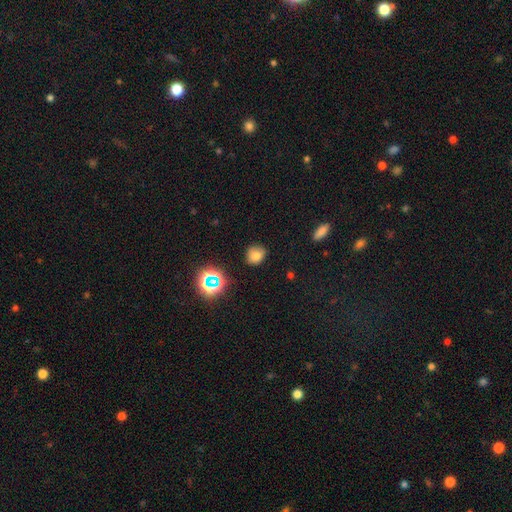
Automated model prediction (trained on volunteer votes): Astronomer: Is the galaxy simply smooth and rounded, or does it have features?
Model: smooth — 74%.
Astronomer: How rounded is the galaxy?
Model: round — 74%.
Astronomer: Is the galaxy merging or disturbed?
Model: none — 80%.